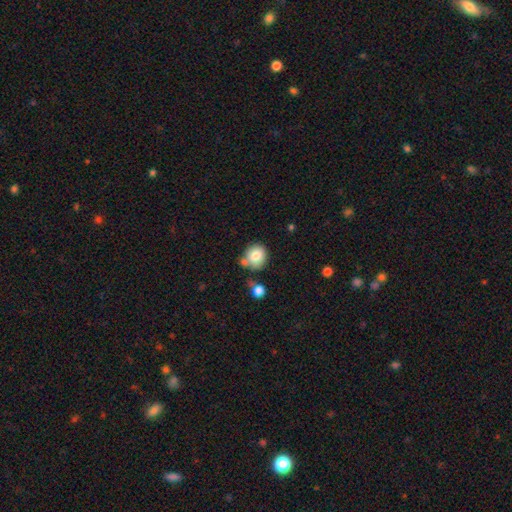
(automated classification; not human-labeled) Smooth or featured?
  - smooth: 81% *
  - featured or disk: 10%
  - star or artifact: 9%
How rounded?
  - round: 83% *
  - in between: 16%
  - cigar-shaped: 1%
Merging?
  - none: 58% *
  - merger: 20%
  - minor disturbance: 17%
  - major disturbance: 5%